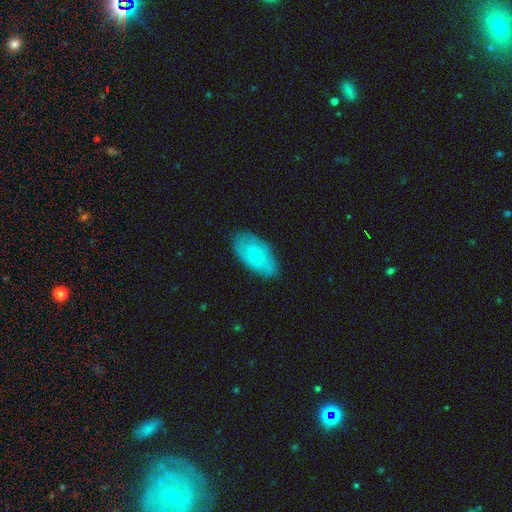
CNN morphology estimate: Overall: smooth (49%; featured or disk 45%). Merging: none (78%).